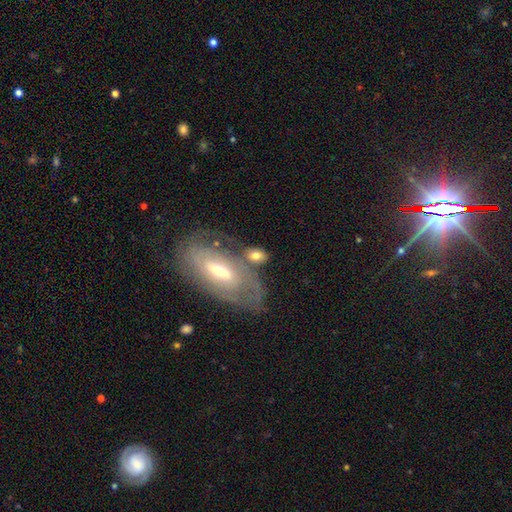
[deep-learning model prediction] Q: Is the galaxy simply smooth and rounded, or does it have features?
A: smooth — 61%.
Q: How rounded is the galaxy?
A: in between — 79%.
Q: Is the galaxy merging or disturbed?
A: none — 53%.